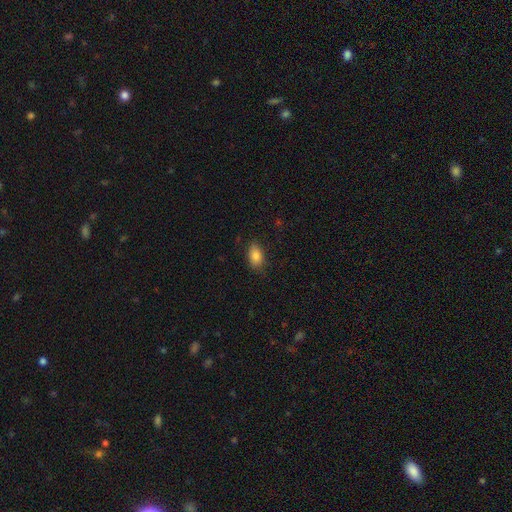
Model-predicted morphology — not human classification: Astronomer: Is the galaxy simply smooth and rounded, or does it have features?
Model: smooth — 85%.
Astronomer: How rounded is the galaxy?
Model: in between — 88%.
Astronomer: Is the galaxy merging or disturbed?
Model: none — 82%.